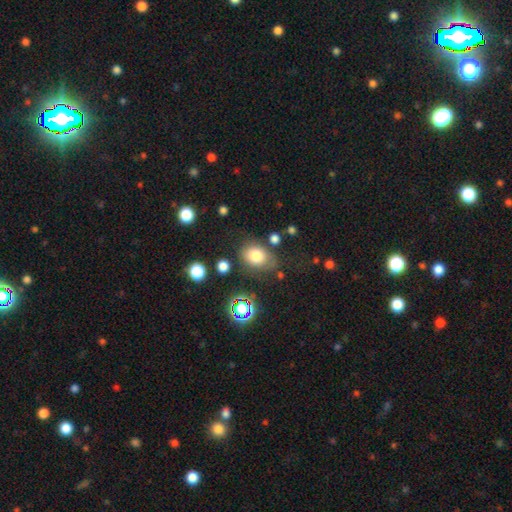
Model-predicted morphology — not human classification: A smooth galaxy with no disk features (76%) that is in between round and cigar-shaped (60%).

Vote fractions:
- Smooth or featured? smooth: 76% / star or artifact: 13% / featured or disk: 11%
- How rounded? in between: 60% / round: 39% / cigar-shaped: 1%
- Merging? none: 64% / minor disturbance: 21% / major disturbance: 9% / merger: 6%